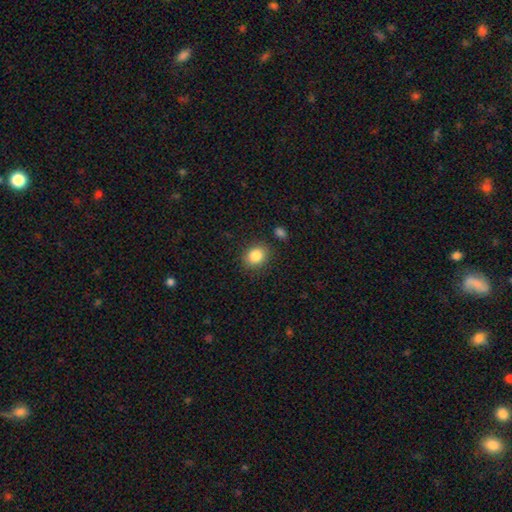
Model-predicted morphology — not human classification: Overall: smooth (85%). How rounded: round (57%; in between 42%). Merging: none (84%).